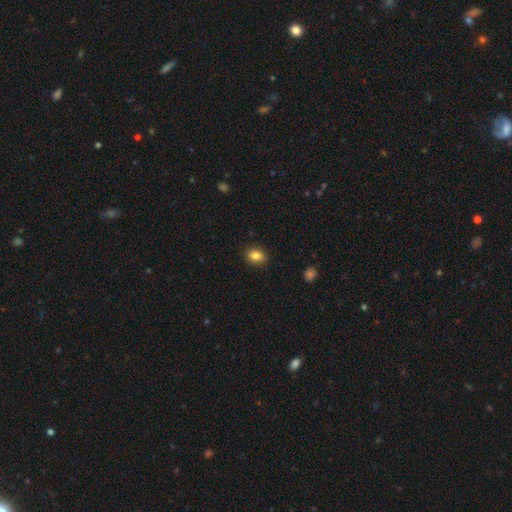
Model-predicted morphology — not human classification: Smooth or featured?
  - smooth: 85% *
  - star or artifact: 9%
  - featured or disk: 5%
How rounded?
  - in between: 61% *
  - round: 38%
  - cigar-shaped: 1%
Merging?
  - none: 88% *
  - minor disturbance: 9%
  - major disturbance: 2%
  - merger: 1%